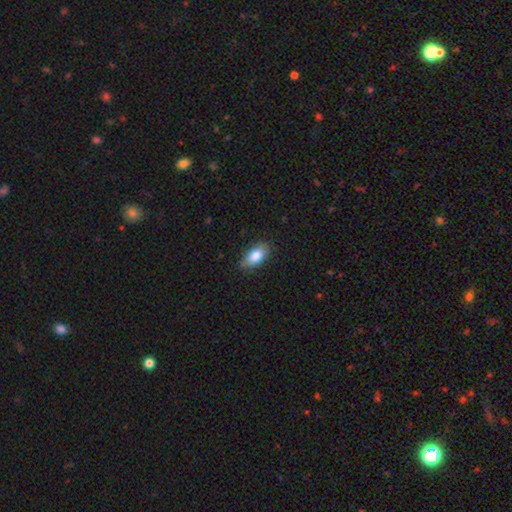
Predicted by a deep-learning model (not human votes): This is clearly a smooth galaxy (84%). How rounded: clearly in between (90%). Merging: clearly none (82%).